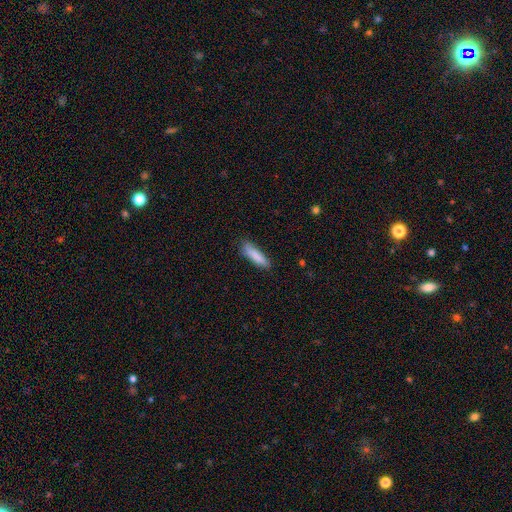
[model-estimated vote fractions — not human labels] Overall: smooth (86%). How rounded: cigar-shaped (72%). Merging: none (81%).